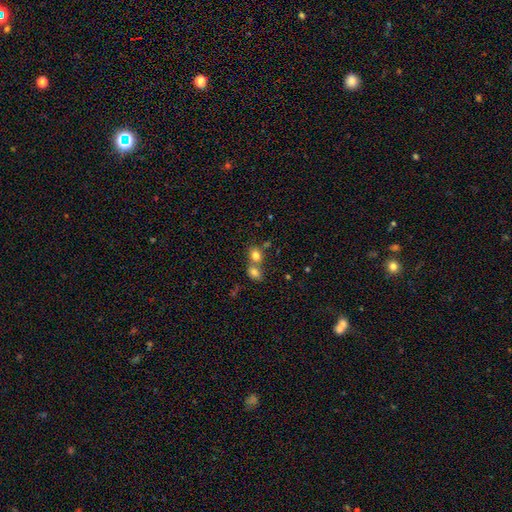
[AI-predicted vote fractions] smooth-or-featured: smooth: 78% | star or artifact: 12% | featured or disk: 10%
  how-rounded: round: 56% | in between: 43% | cigar-shaped: 1%
  merging: merger: 56% | none: 35% | minor disturbance: 7% | major disturbance: 3%